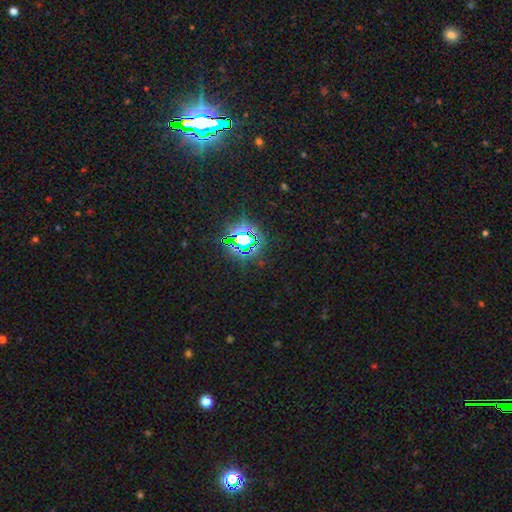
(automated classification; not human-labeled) smooth-or-featured: star or artifact: 83% | smooth: 10% | featured or disk: 7%